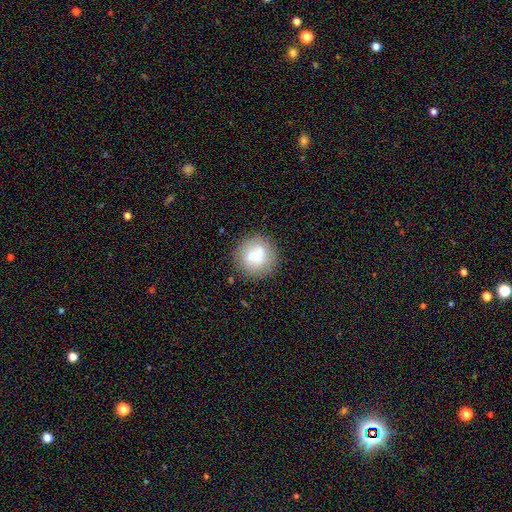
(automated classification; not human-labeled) Smooth or featured?
  - smooth: 55% *
  - featured or disk: 36%
  - star or artifact: 9%
How rounded?
  - round: 90% *
  - in between: 9%
  - cigar-shaped: 1%
Merging?
  - none: 72% *
  - minor disturbance: 15%
  - major disturbance: 7%
  - merger: 6%